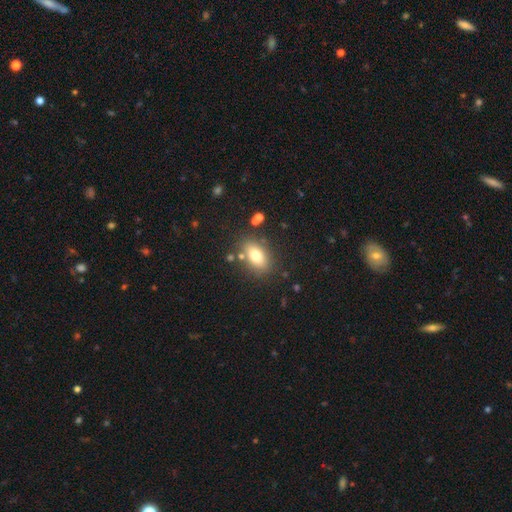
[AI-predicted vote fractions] The model was most divided on "smooth or featured": smooth: 77%, featured or disk: 14%, star or artifact: 9%. More confident: how rounded — in between (85%); merging — none (79%).